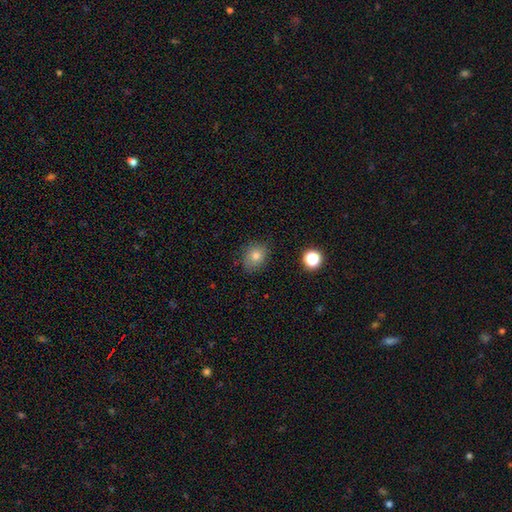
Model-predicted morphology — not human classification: The model was most divided on "how rounded": round: 60%, in between: 39%, cigar-shaped: 1%. More confident: merging — none (81%); smooth or featured — smooth (79%).